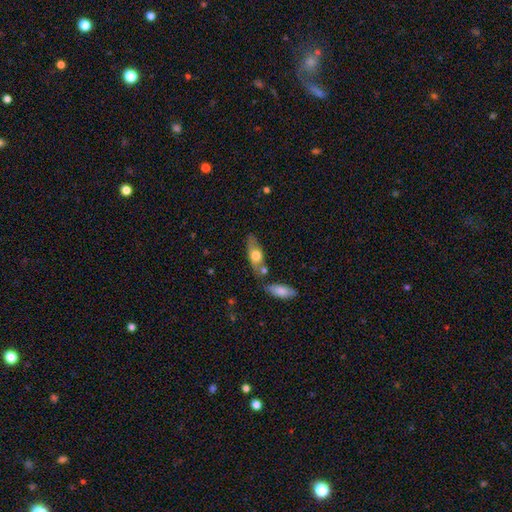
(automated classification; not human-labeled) smooth-or-featured: smooth: 55% | featured or disk: 39% | star or artifact: 6%
  how-rounded: in between: 59% | cigar-shaped: 36% | round: 5%
  merging: none: 64% | merger: 17% | minor disturbance: 15% | major disturbance: 4%